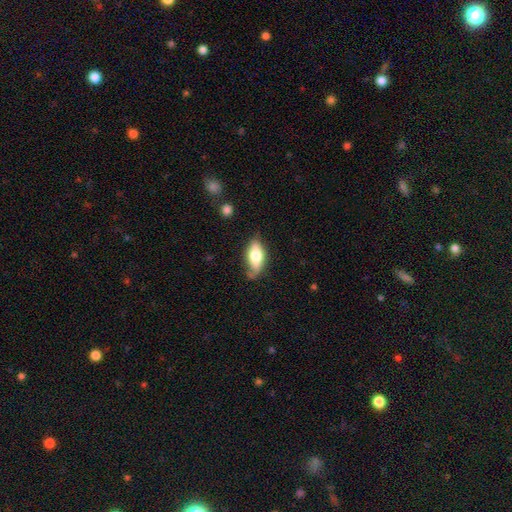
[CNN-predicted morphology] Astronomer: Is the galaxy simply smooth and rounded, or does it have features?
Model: smooth — 66%.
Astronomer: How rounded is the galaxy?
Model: in between — 79%.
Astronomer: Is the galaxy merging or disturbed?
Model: none — 66%.